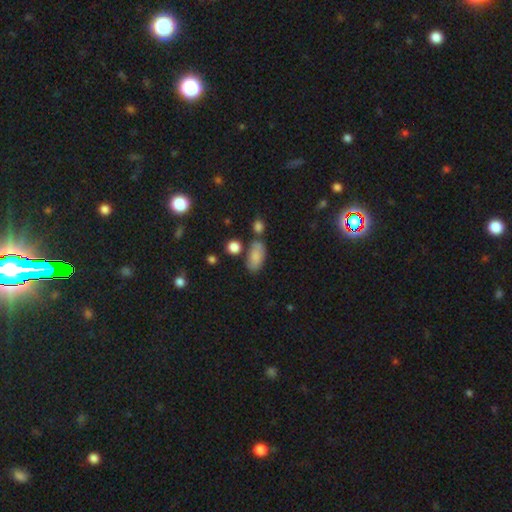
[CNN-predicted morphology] type=smooth (81%); roundness=in between (91%); merging=none (64%).